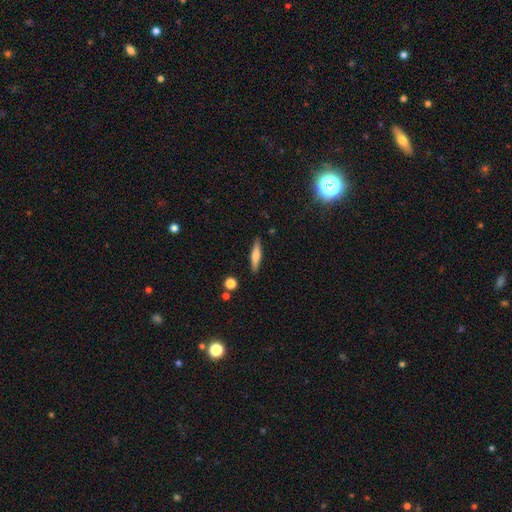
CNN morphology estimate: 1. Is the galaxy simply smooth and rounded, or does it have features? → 63% smooth, 30% featured or disk, 7% star or artifact.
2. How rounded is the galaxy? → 84% cigar-shaped, 14% in between, 2% round.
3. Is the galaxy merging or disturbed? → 88% none, 9% minor disturbance, 2% major disturbance, 2% merger.